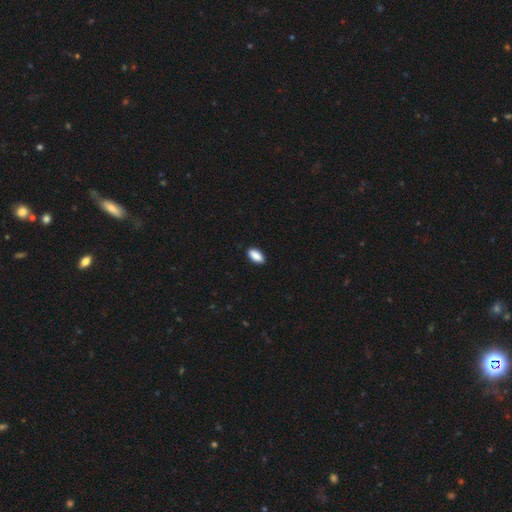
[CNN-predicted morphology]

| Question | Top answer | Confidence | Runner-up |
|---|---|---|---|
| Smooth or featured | smooth | 90% | star or artifact (6%) |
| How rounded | in between | 90% | cigar-shaped (8%) |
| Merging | none | 90% | minor disturbance (8%) |